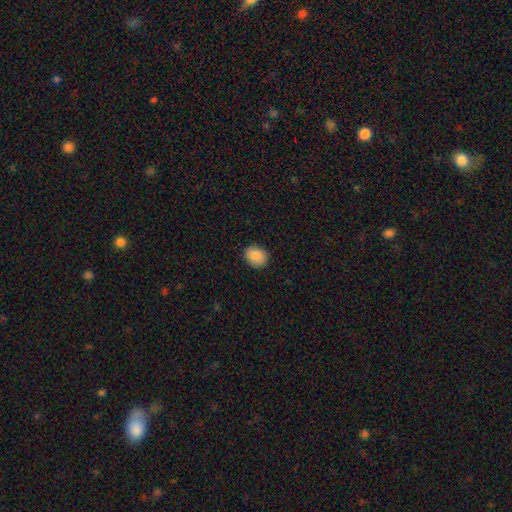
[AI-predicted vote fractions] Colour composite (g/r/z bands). It shows a smooth galaxy with no disk features (89%) that is round (54%). Merging: none (87%).